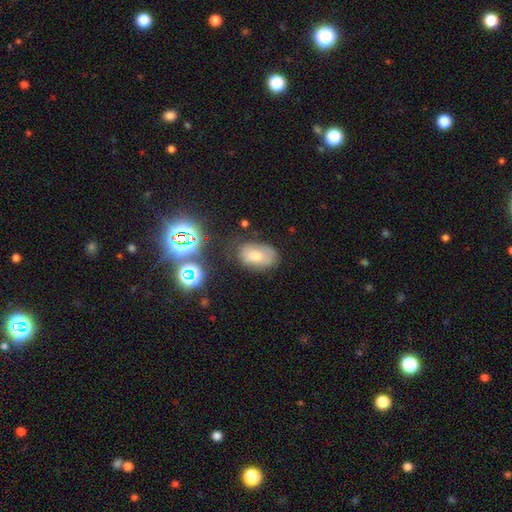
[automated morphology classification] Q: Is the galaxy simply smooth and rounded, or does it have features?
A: smooth — 48%.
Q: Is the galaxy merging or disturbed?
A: none — 68%.